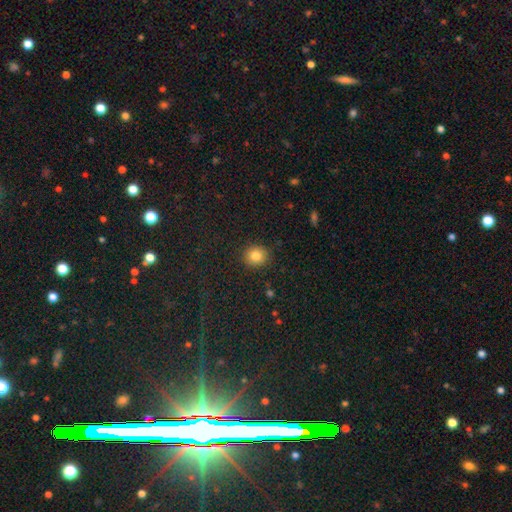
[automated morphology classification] smooth 83%, star or artifact 11%, featured or disk 6%. Down the decision tree: how rounded — round (85%); merging — none (90%).